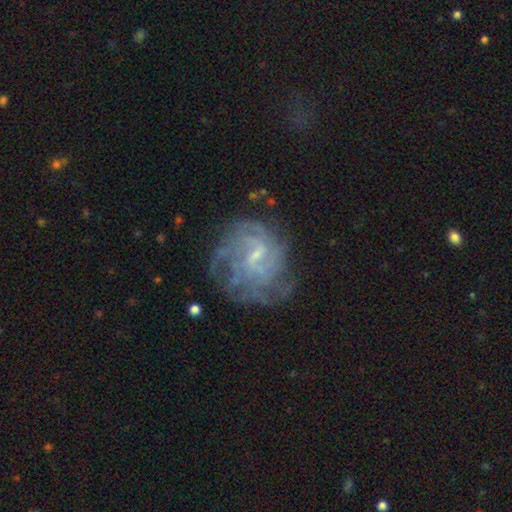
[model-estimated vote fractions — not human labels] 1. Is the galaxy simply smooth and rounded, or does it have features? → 79% featured or disk, 11% smooth, 9% star or artifact.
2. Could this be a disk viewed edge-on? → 98% no, 2% yes.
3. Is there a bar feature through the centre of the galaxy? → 58% weak, 29% no, 12% strong.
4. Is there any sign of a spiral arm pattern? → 85% yes, 15% no.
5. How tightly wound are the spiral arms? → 52% tight, 35% medium, 14% loose.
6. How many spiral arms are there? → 49% can't tell, 16% 4, 12% 3, 11% 2, 7% more than 4, 5% 1.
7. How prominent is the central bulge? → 65% small, 17% moderate, 16% none, 1% large, 1% dominant.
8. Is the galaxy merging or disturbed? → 61% none, 20% minor disturbance, 17% major disturbance, 3% merger.